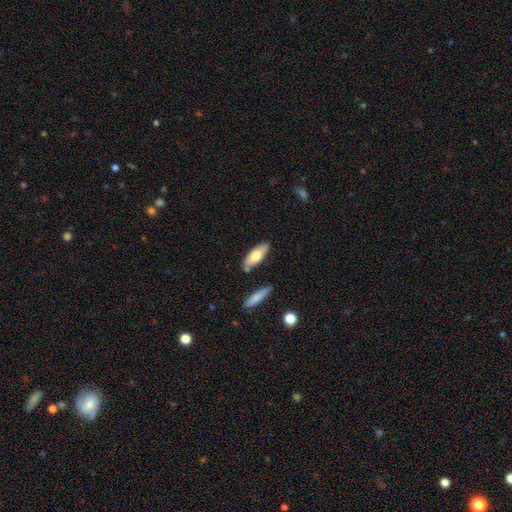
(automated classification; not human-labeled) Overall: smooth (71%). How rounded: in between (70%). Merging: none (81%).